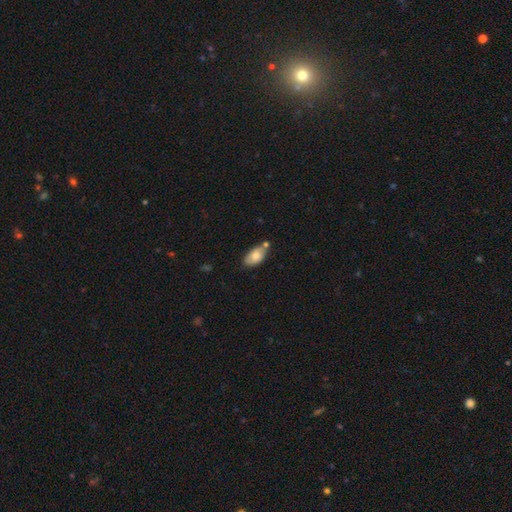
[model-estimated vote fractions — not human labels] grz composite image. It shows a smooth galaxy with no disk features (72%) that is in between round and cigar-shaped (92%). Merging: none (57%).